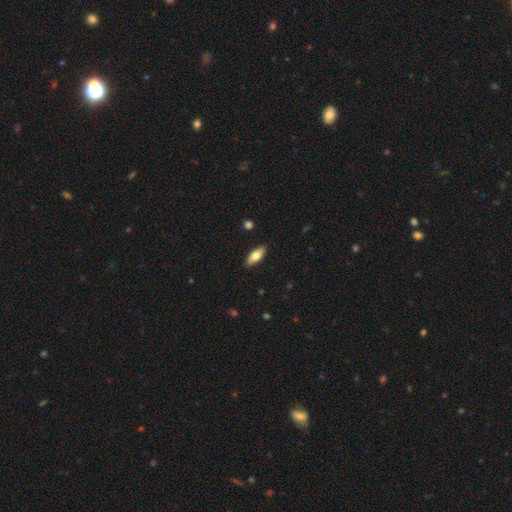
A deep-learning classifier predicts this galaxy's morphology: smooth 75%, featured or disk 19%, star or artifact 6%. Down the decision tree: how rounded — in between (81%); merging — none (89%).